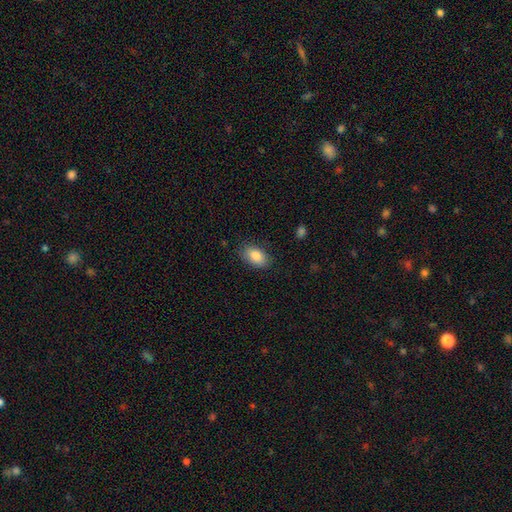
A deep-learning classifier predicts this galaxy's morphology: smooth 86%, featured or disk 7%, star or artifact 7%. Down the decision tree: how rounded — in between (91%); merging — none (82%).